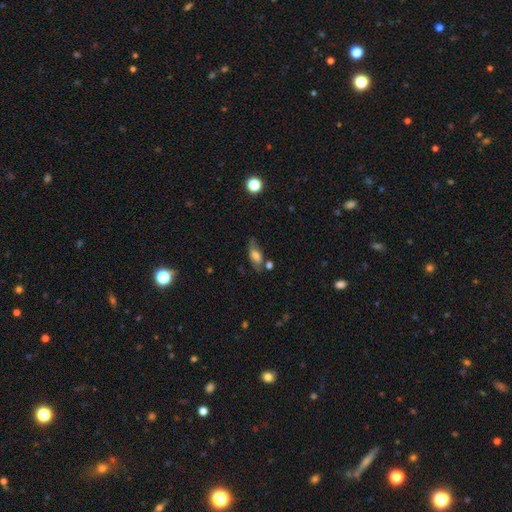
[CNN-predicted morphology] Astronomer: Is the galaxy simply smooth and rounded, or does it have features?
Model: smooth — 59%.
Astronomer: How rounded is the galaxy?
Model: in between — 78%.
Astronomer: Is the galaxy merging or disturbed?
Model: none — 56%.